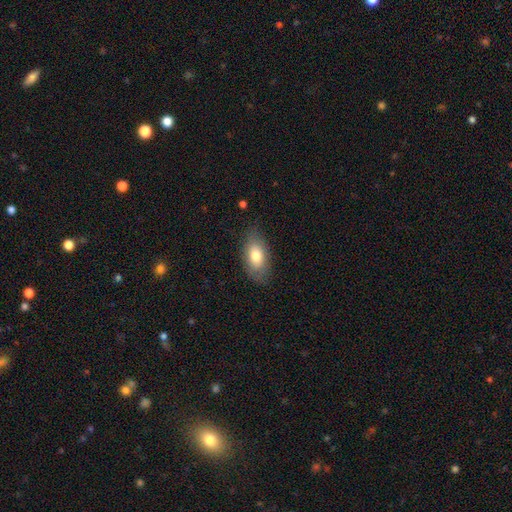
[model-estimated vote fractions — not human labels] Morphology: type=smooth (75%); roundness=in between (91%); merging=none (79%).